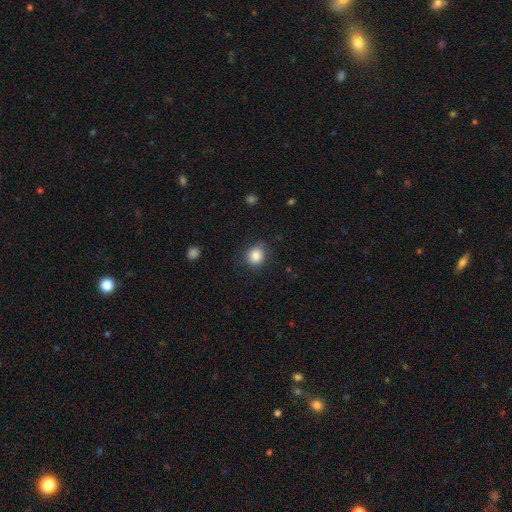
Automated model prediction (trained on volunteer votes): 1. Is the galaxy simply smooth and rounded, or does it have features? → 84% smooth, 10% star or artifact, 6% featured or disk.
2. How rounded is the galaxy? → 80% round, 19% in between, 1% cigar-shaped.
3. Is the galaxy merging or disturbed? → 81% none, 14% minor disturbance, 4% major disturbance, 1% merger.